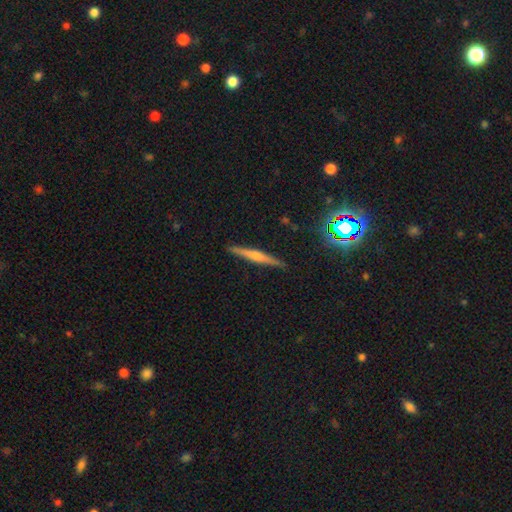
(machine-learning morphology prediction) The model was most divided on "smooth or featured": featured or disk: 52%, smooth: 41%, star or artifact: 8%. Remaining: edge-on disk — yes (97%); merging — none (89%); edge-on bulge — rounded (50%).